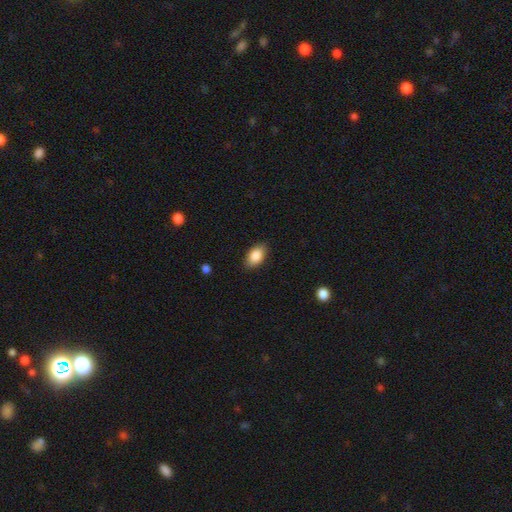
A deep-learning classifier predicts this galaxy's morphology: A smooth galaxy with no disk features (87%) that is in between round and cigar-shaped (92%).

Vote fractions:
- Smooth or featured? smooth: 87% / star or artifact: 7% / featured or disk: 6%
- How rounded? in between: 92% / round: 6% / cigar-shaped: 2%
- Merging? none: 87% / minor disturbance: 10% / major disturbance: 2% / merger: 1%